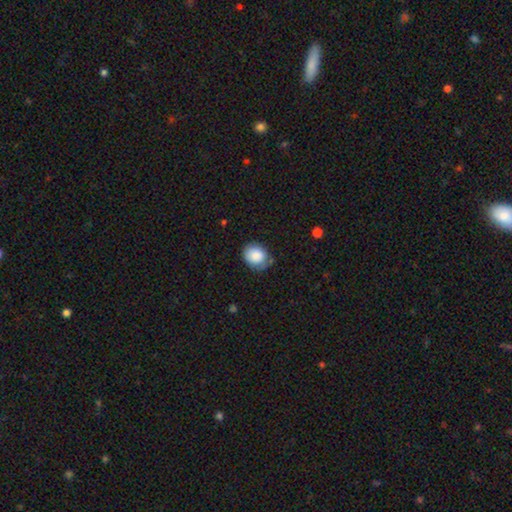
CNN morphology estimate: A smooth galaxy with no disk features (86%) that is round (63%).

Vote fractions:
- Smooth or featured? smooth: 86% / star or artifact: 8% / featured or disk: 7%
- How rounded? round: 63% / in between: 36% / cigar-shaped: 1%
- Merging? none: 67% / minor disturbance: 24% / major disturbance: 6% / merger: 3%